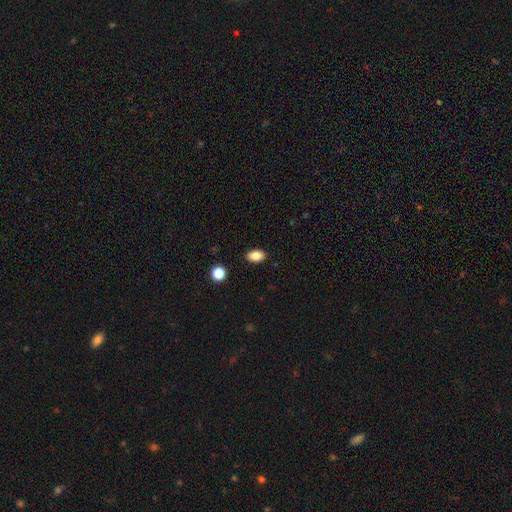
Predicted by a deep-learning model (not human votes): smooth-or-featured: smooth: 84% | star or artifact: 9% | featured or disk: 7%
  how-rounded: in between: 88% | round: 10% | cigar-shaped: 1%
  merging: none: 89% | minor disturbance: 8% | major disturbance: 2% | merger: 1%